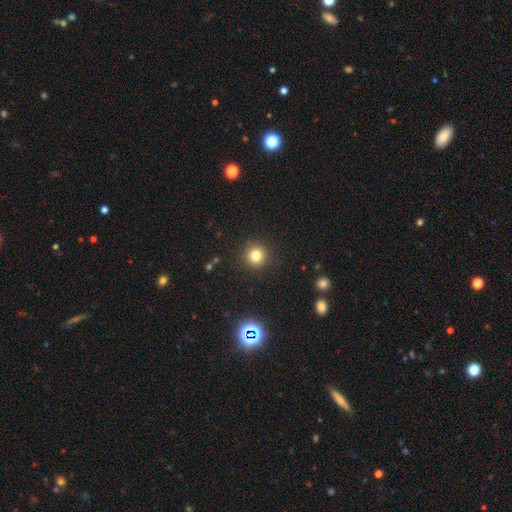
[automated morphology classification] Smooth or featured? smooth (79%)
How rounded? round (93%)
Merging? none (91%)